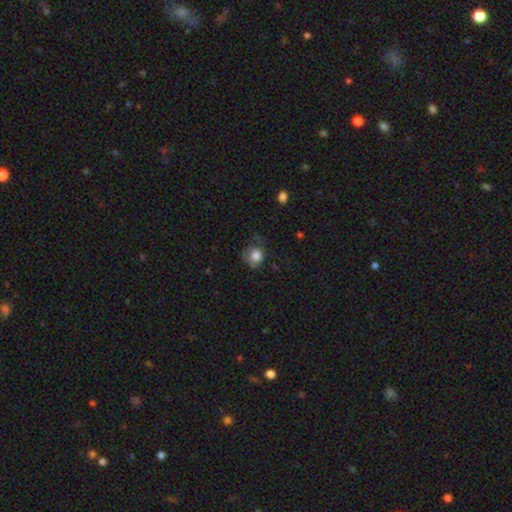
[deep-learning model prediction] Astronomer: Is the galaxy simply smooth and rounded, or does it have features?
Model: smooth — 77%.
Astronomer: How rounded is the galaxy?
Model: round — 77%.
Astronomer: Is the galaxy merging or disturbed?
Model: none — 48% (runner-up: minor disturbance, 30%).